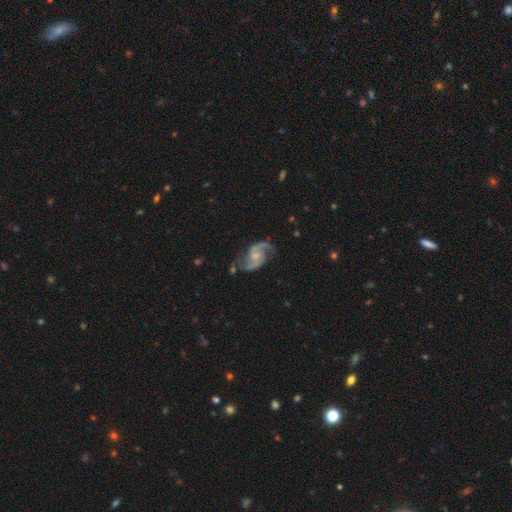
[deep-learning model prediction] This is clearly a featured or disk galaxy (90%). It is clearly not viewed edge-on (98%). Bar: likely no (60%). Spiral arm pattern: clearly yes (97%). Spiral arm count: clearly 2 (94%). Spiral winding: possibly loose (48%). Central bulge: likely small (61%). Merging: likely none (73%).